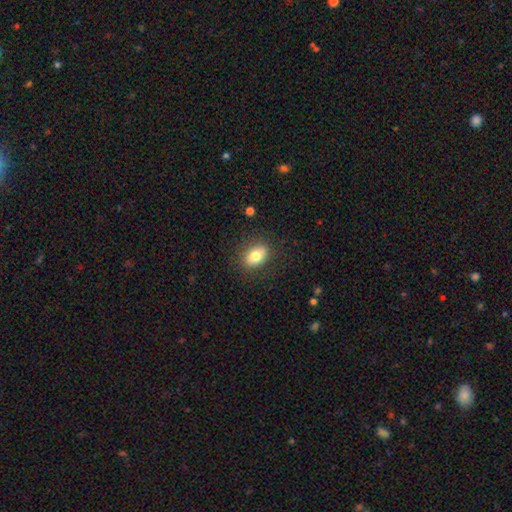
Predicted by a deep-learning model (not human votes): Smooth or featured: smooth — 78% (featured or disk — 13%)
How rounded: in between — 73% (round — 26%)
Merging: none — 85% (minor disturbance — 10%)